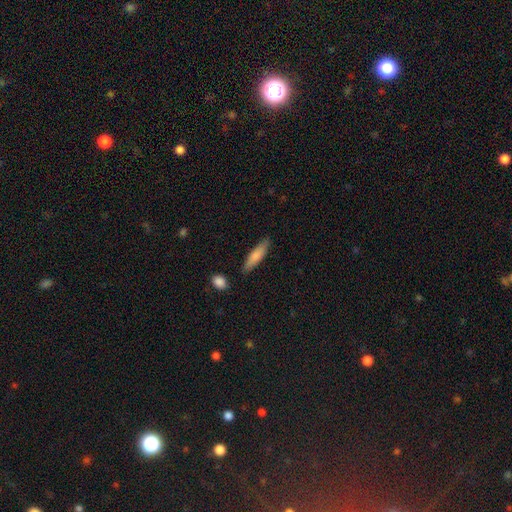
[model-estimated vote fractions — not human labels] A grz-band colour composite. It shows a smooth galaxy with no disk features (80%) that is cigar-shaped (73%). Merging: none (84%).